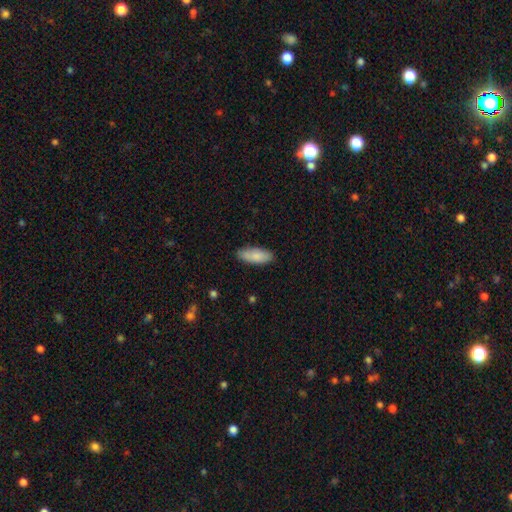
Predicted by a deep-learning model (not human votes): Smooth or featured: smooth — 84% (featured or disk — 10%)
How rounded: in between — 76% (cigar-shaped — 22%)
Merging: none — 84% (minor disturbance — 12%)